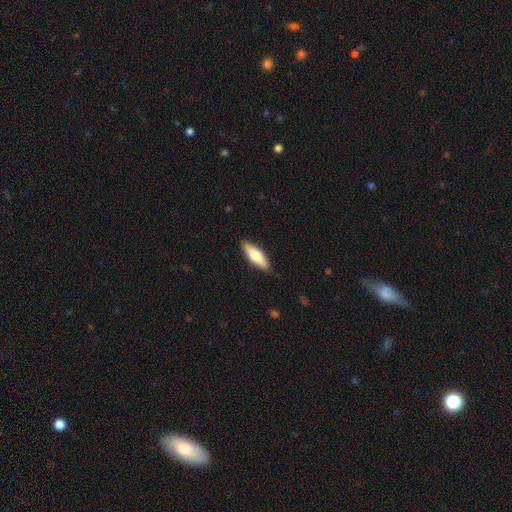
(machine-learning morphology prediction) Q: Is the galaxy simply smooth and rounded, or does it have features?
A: smooth — 53%.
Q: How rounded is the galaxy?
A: cigar-shaped — 49%, tied with in between.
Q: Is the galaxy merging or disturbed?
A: none — 89%.